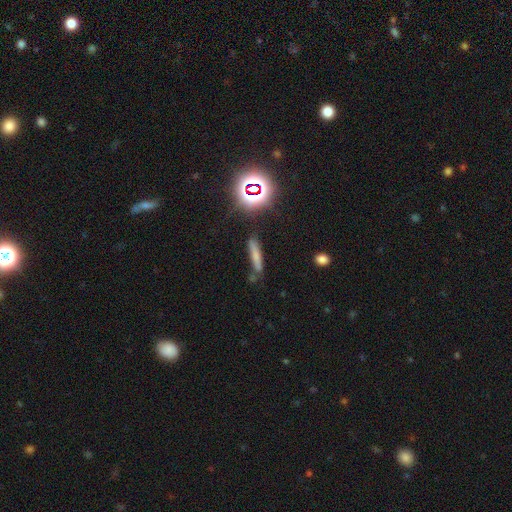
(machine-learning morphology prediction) Smooth or featured: smooth — 61% (star or artifact — 20%)
How rounded: cigar-shaped — 85% (in between — 10%)
Merging: none — 70% (minor disturbance — 18%)